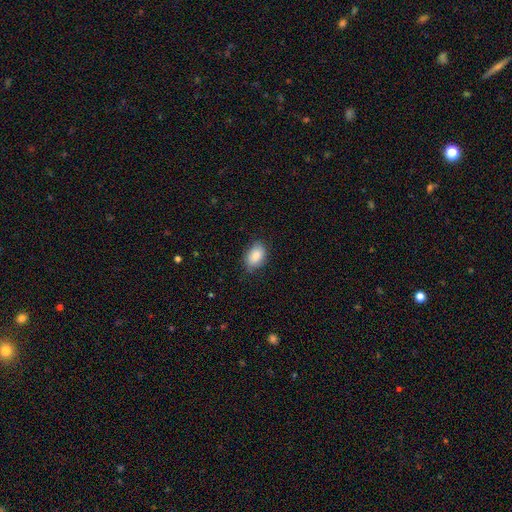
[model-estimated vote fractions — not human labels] smooth_or_featured: smooth (p=0.85) [alt: featured or disk p=0.08]
how_rounded: in between (p=0.87) [alt: round p=0.11]
merging: none (p=0.78) [alt: minor disturbance p=0.18]